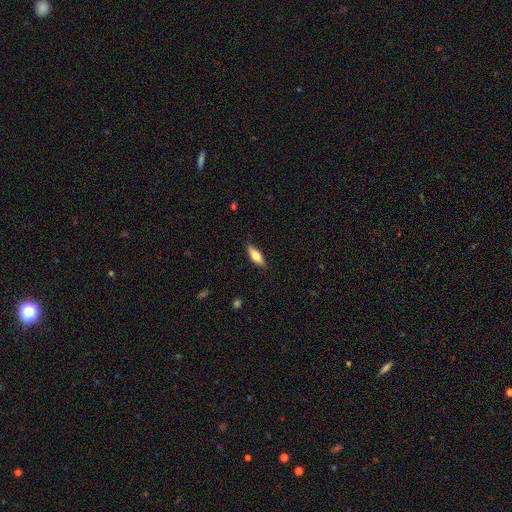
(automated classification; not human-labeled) This appears to be a smooth galaxy with no disk features (72%) that is in between round and cigar-shaped (67%). Merging: none (85%).